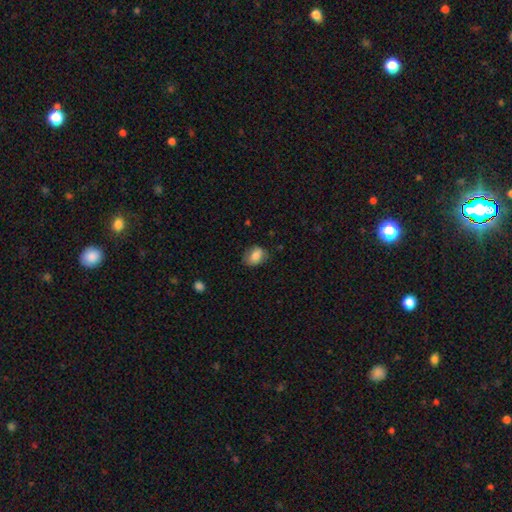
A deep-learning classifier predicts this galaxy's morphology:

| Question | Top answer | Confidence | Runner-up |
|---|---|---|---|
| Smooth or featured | smooth | 81% | featured or disk (11%) |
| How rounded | in between | 71% | round (27%) |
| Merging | none | 71% | minor disturbance (22%) |